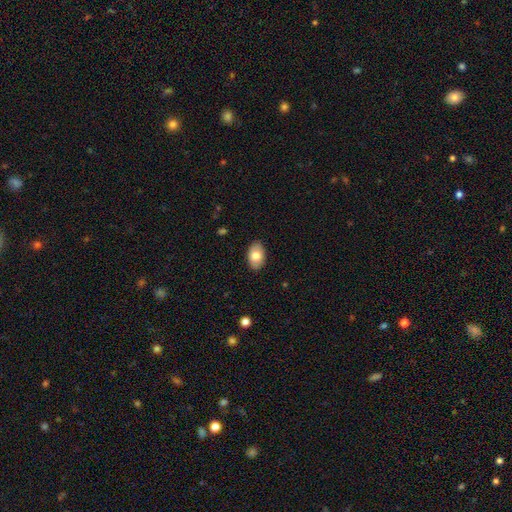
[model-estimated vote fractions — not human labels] Overall: smooth (77%). How rounded: in between (91%). Merging: none (88%).